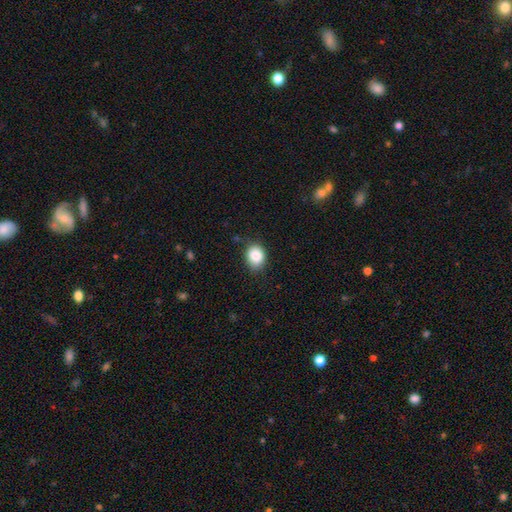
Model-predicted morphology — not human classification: The model was most divided on "how rounded": round: 50%, in between: 49%, cigar-shaped: 1%. More confident: smooth or featured — smooth (86%); merging — none (80%).